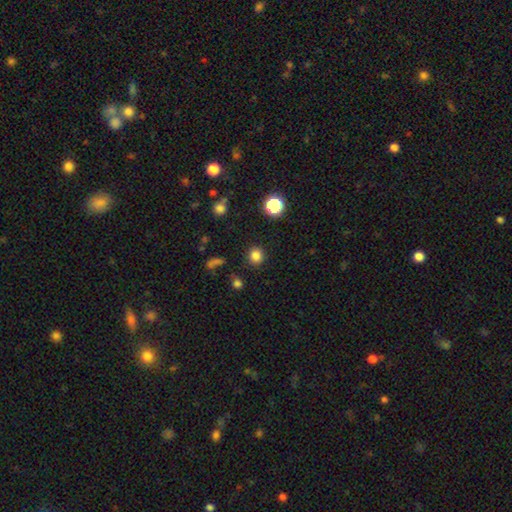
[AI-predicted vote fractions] This appears to be a smooth galaxy with no disk features (83%) that is round (89%). Merging: none (89%).